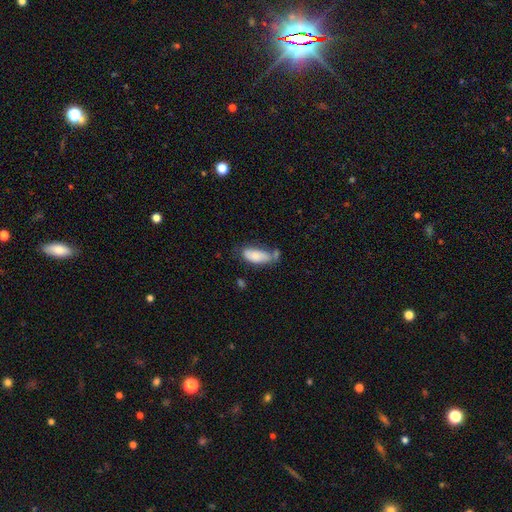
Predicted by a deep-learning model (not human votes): Smooth or featured: smooth — 80% (featured or disk — 13%)
How rounded: in between — 82% (cigar-shaped — 16%)
Merging: none — 41% (minor disturbance — 28%)